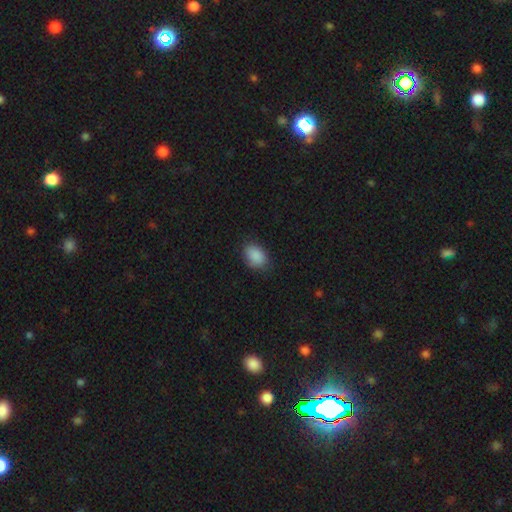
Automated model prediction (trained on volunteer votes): Overall: smooth (89%). How rounded: in between (81%). Merging: none (80%).